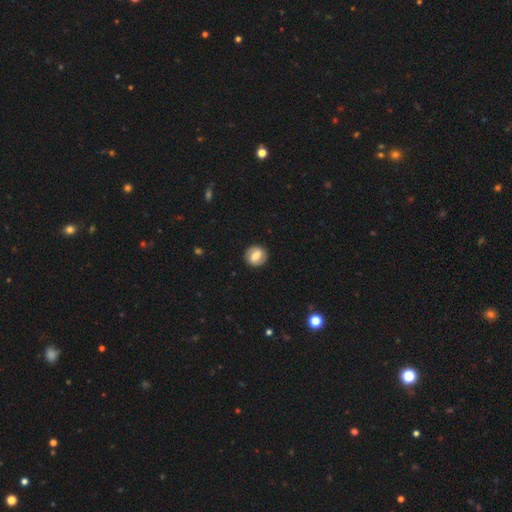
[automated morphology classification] This appears to be a smooth galaxy with no disk features (53%) that is round (76%). Merging: none (88%).